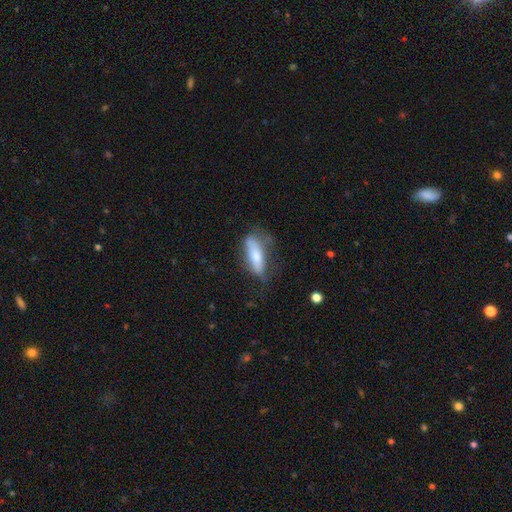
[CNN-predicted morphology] type=smooth (66%); roundness=in between (50%); merging=none (55%).